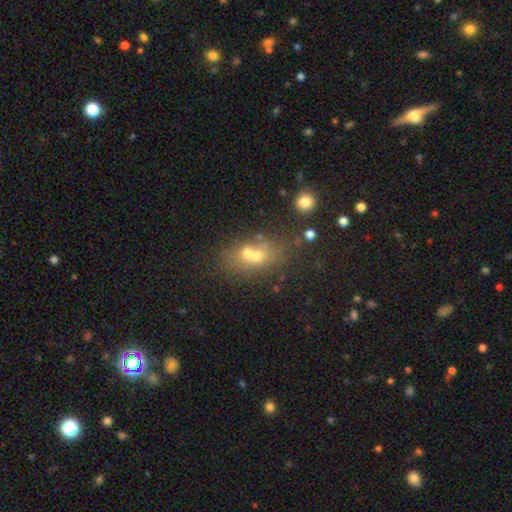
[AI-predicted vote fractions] A smooth galaxy with no disk features (54%) that is in between round and cigar-shaped (60%).

Vote fractions:
- Smooth or featured? smooth: 54% / star or artifact: 23% / featured or disk: 23%
- How rounded? in between: 60% / round: 34% / cigar-shaped: 6%
- Merging? merger: 43% / none: 41% / minor disturbance: 11% / major disturbance: 6%